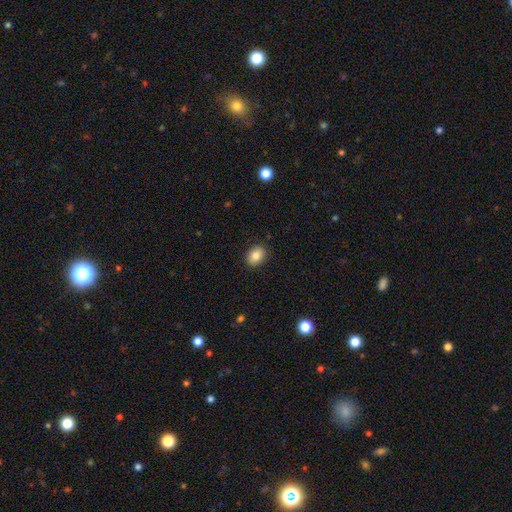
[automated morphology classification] smooth-or-featured: smooth: 86% | star or artifact: 8% | featured or disk: 6%
  how-rounded: in between: 68% | round: 31% | cigar-shaped: 1%
  merging: none: 89% | minor disturbance: 8% | major disturbance: 2% | merger: 1%